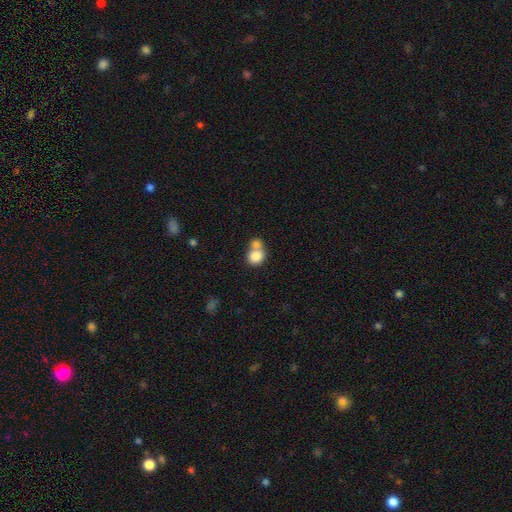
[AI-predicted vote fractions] A smooth galaxy with no disk features (82%) that is round (72%). Merging: merger (56%).